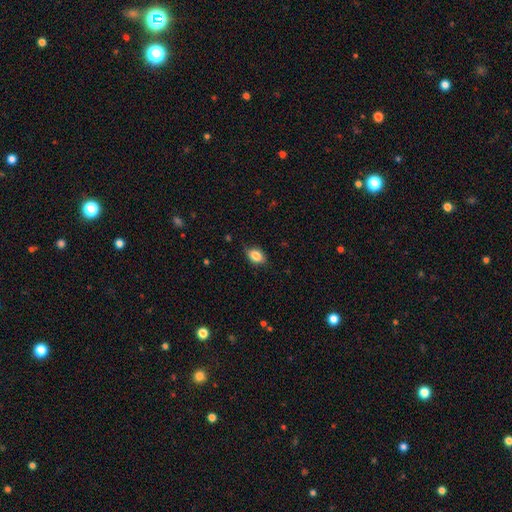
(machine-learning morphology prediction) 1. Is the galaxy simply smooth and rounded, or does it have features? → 80% smooth, 12% featured or disk, 8% star or artifact.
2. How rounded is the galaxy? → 79% in between, 19% round, 2% cigar-shaped.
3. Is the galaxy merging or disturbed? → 76% none, 20% minor disturbance, 3% major disturbance, 1% merger.